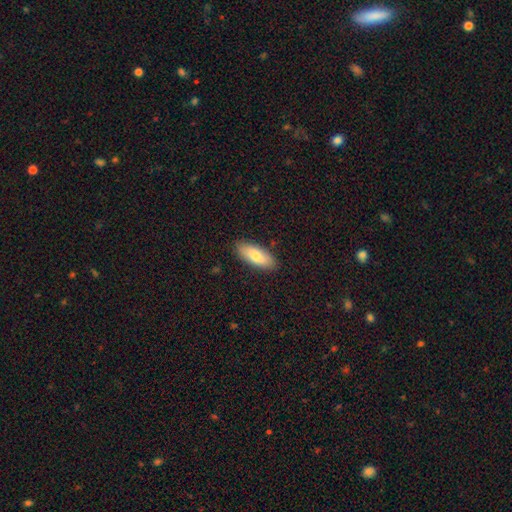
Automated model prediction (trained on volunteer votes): A smooth galaxy with no disk features (80%) that is in between round and cigar-shaped (75%). Merging: none (88%).